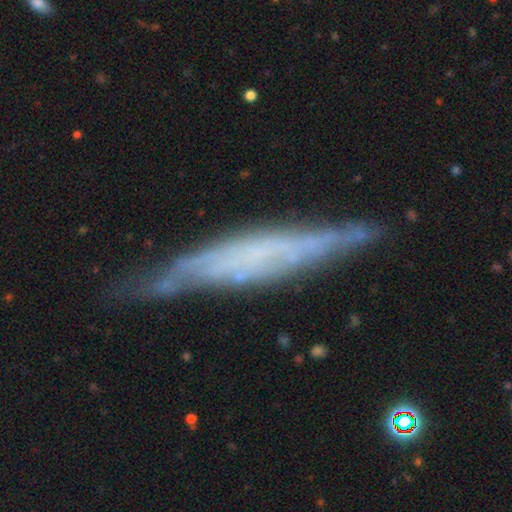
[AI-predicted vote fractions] Morphology: type=featured or disk (72%); edge-on=yes (87%); edge-on bulge=none (62%); merging=none (73%).